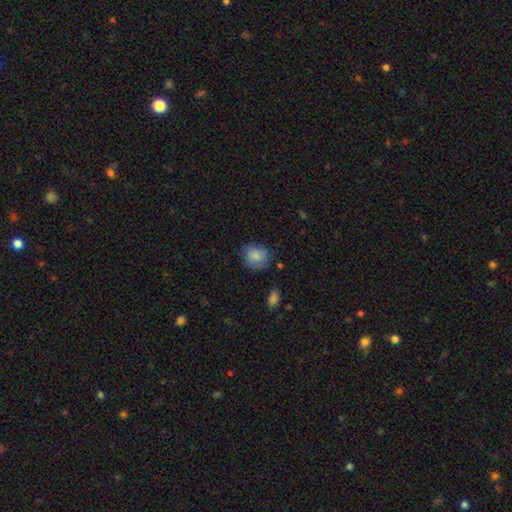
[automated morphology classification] Smooth or featured: smooth — 82% (featured or disk — 10%)
How rounded: round — 69% (in between — 30%)
Merging: none — 68% (minor disturbance — 23%)